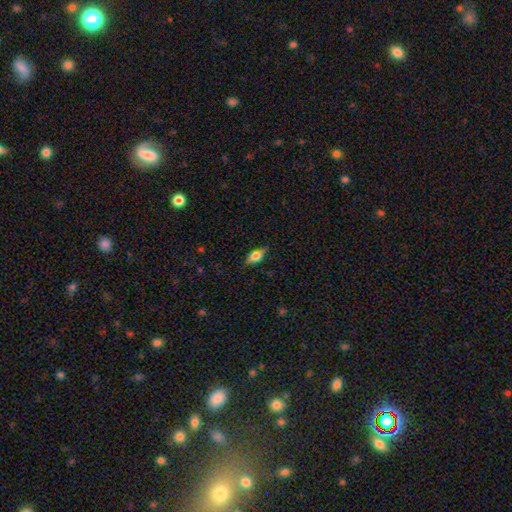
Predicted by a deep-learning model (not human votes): A smooth galaxy with no disk features (52%) that is in between round and cigar-shaped (70%).

Vote fractions:
- Smooth or featured? smooth: 52% / featured or disk: 39% / star or artifact: 9%
- How rounded? in between: 70% / cigar-shaped: 24% / round: 6%
- Merging? none: 76% / minor disturbance: 18% / major disturbance: 5% / merger: 2%